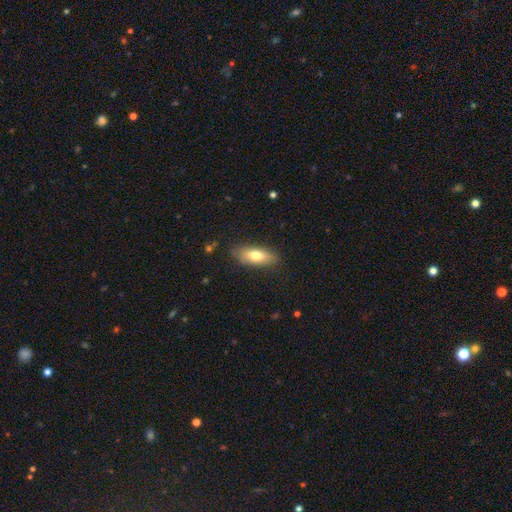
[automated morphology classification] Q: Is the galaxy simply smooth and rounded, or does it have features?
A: smooth — 73%.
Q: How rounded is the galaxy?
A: in between — 73%.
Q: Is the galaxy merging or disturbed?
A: none — 82%.